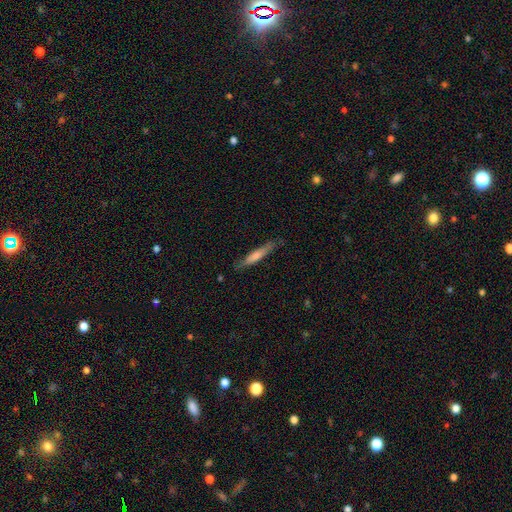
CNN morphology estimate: Q: Smooth or featured?
A: smooth (50%); runner-up: featured or disk (44%)
Q: Merging?
A: none (84%); runner-up: minor disturbance (12%)